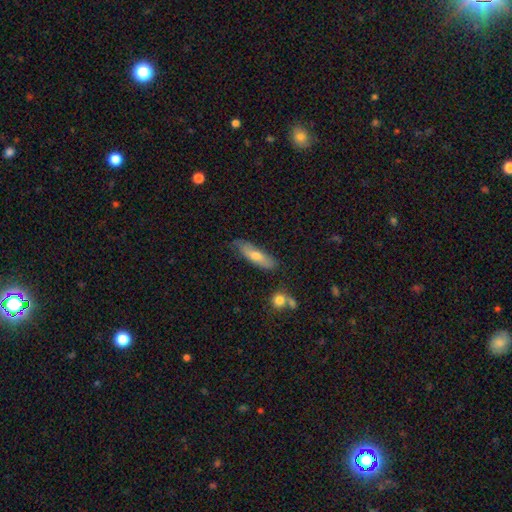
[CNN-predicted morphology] Smooth or featured: smooth — 65% (featured or disk — 29%)
How rounded: cigar-shaped — 59% (in between — 38%)
Merging: none — 71% (minor disturbance — 22%)